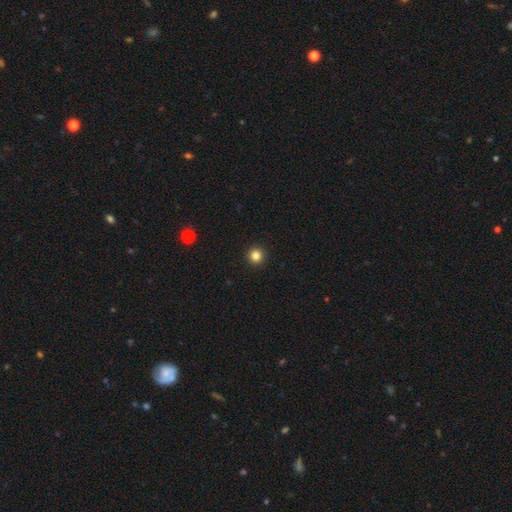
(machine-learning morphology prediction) A smooth galaxy with no disk features (83%) that is round (96%). Merging: none (94%).